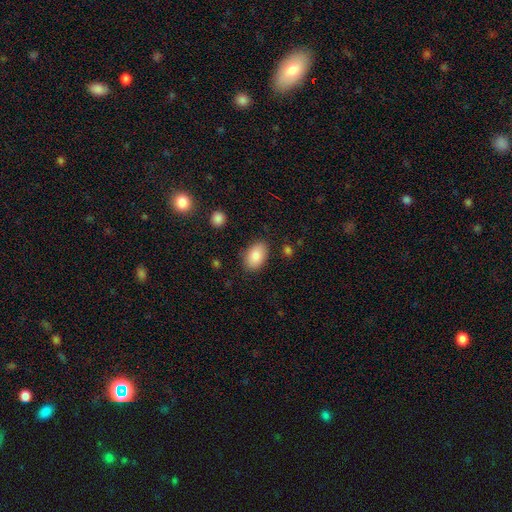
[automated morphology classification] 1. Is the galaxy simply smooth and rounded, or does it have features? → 87% smooth, 7% star or artifact, 6% featured or disk.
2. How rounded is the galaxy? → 91% in between, 8% round, 1% cigar-shaped.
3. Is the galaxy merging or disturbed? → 84% none, 11% minor disturbance, 3% major disturbance, 2% merger.